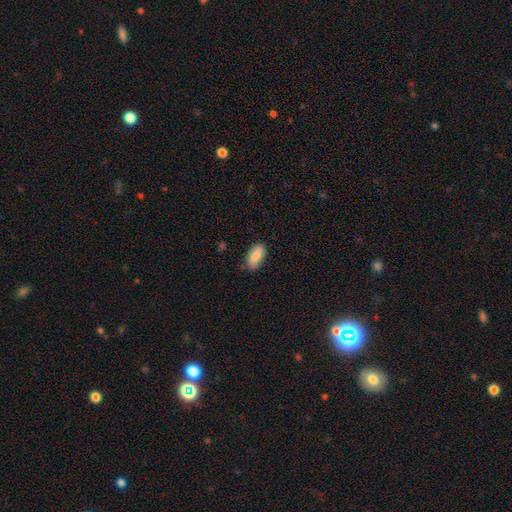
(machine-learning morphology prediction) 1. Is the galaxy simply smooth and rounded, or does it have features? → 81% smooth, 13% featured or disk, 7% star or artifact.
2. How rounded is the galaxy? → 92% in between, 5% cigar-shaped, 4% round.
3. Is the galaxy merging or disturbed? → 78% none, 18% minor disturbance, 3% major disturbance, 1% merger.